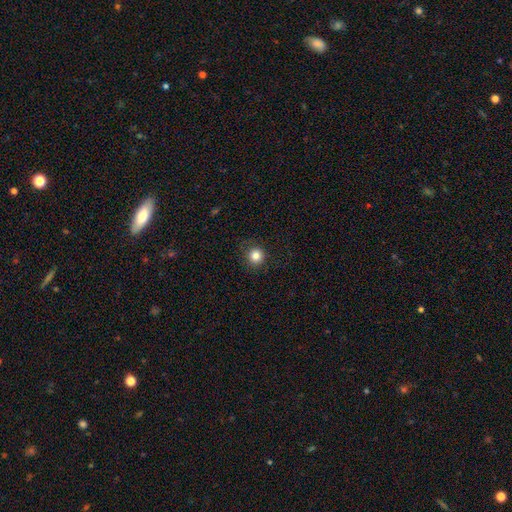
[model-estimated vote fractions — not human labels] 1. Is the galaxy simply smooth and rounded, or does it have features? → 83% smooth, 11% star or artifact, 5% featured or disk.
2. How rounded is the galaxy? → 95% round, 4% in between, 1% cigar-shaped.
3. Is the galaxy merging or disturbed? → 89% none, 8% minor disturbance, 3% major disturbance, 1% merger.